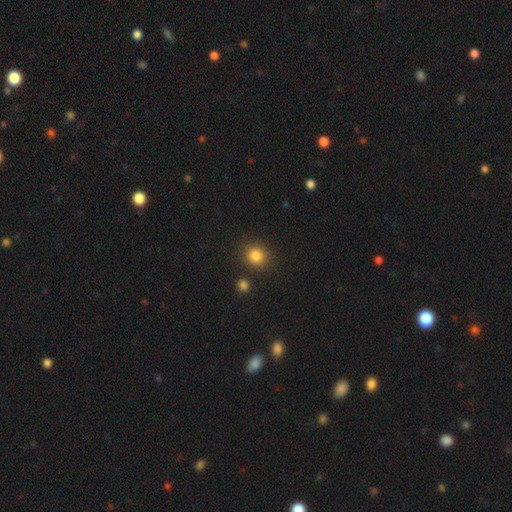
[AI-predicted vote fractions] This appears to be a smooth galaxy with no disk features (84%) that is round (84%). Merging: none (85%).